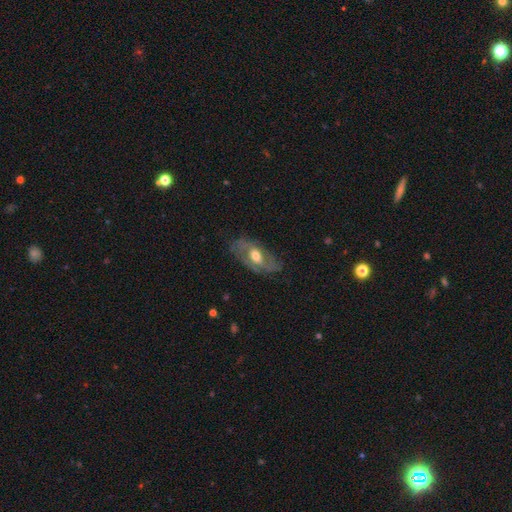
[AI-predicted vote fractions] Smooth or featured?
  - featured or disk: 66% *
  - smooth: 28%
  - star or artifact: 6%
Edge-on disk?
  - no: 89% *
  - yes: 11%
Bar?
  - no: 59% *
  - weak: 31%
  - strong: 9%
Spiral arms?
  - yes: 63% *
  - no: 37%
Bulge size?
  - moderate: 71% *
  - large: 15%
  - small: 12%
  - none: 1%
  - dominant: 1%
Merging?
  - none: 66% *
  - minor disturbance: 22%
  - major disturbance: 10%
  - merger: 1%